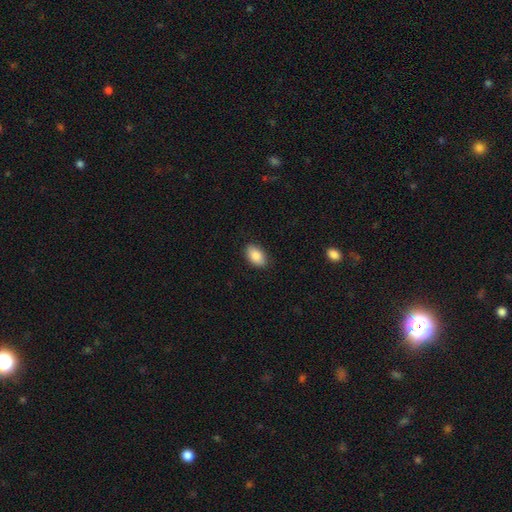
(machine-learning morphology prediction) Q: Smooth or featured?
A: smooth (87%); runner-up: star or artifact (7%)
Q: How rounded?
A: in between (92%); runner-up: round (6%)
Q: Merging?
A: none (88%); runner-up: minor disturbance (9%)